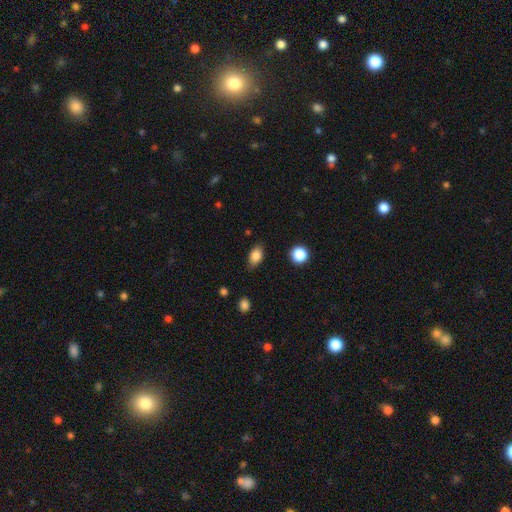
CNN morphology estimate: Smooth or featured: smooth — 84% (star or artifact — 9%)
How rounded: in between — 83% (round — 15%)
Merging: none — 77% (minor disturbance — 18%)